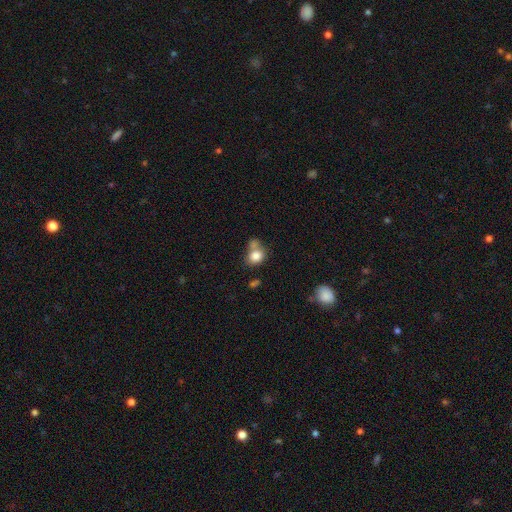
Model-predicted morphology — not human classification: A smooth galaxy with no disk features (82%) that is round (54%).

Vote fractions:
- Smooth or featured? smooth: 82% / star or artifact: 9% / featured or disk: 9%
- How rounded? round: 54% / in between: 45% / cigar-shaped: 1%
- Merging? none: 43% / merger: 34% / minor disturbance: 16% / major disturbance: 7%